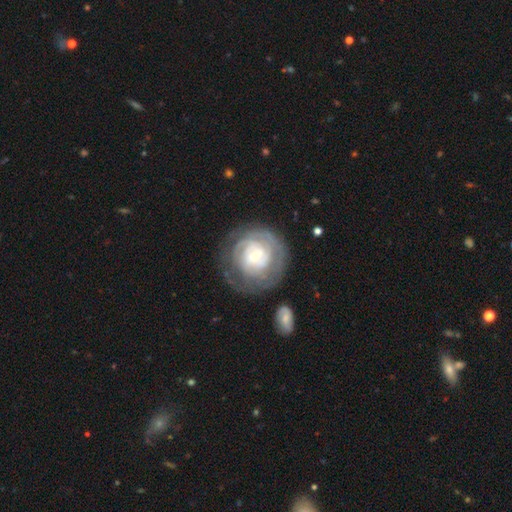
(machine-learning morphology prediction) smooth-or-featured: featured or disk: 75% | smooth: 19% | star or artifact: 6%
  disk-edge-on: no: 97% | yes: 3%
    bar: no: 45% | weak: 44% | strong: 12%
    has-spiral-arms: yes: 85% | no: 15%
      spiral-winding: tight: 74% | medium: 19% | loose: 6%
      spiral-arm-count: can't tell: 53% | 2: 19% | 3: 11% | 4: 7% | 1: 6% | more than 4: 4%
    bulge-size: small: 60% | moderate: 29% | large: 7% | none: 3% | dominant: 1%
  merging: none: 66% | minor disturbance: 17% | major disturbance: 13% | merger: 4%